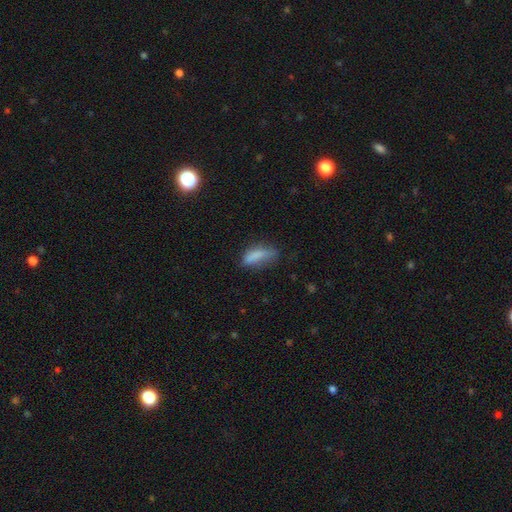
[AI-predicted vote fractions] A smooth galaxy with no disk features (76%) that is in between round and cigar-shaped (59%).

Vote fractions:
- Smooth or featured? smooth: 76% / featured or disk: 14% / star or artifact: 10%
- How rounded? in between: 59% / cigar-shaped: 38% / round: 3%
- Merging? none: 45% / minor disturbance: 33% / major disturbance: 18% / merger: 3%